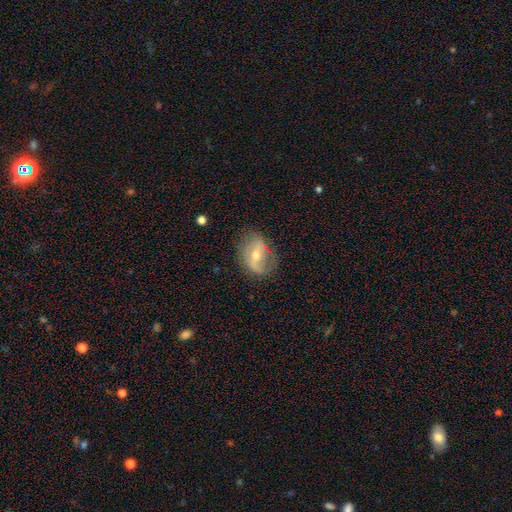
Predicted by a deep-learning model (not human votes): The model was most divided on "bar": weak: 39%, no: 31%, strong: 30%. More confident: edge-on disk — no (93%); merging — none (63%); smooth or featured — featured or disk (62%); bulge size — moderate (61%); spiral arms — yes (59%).